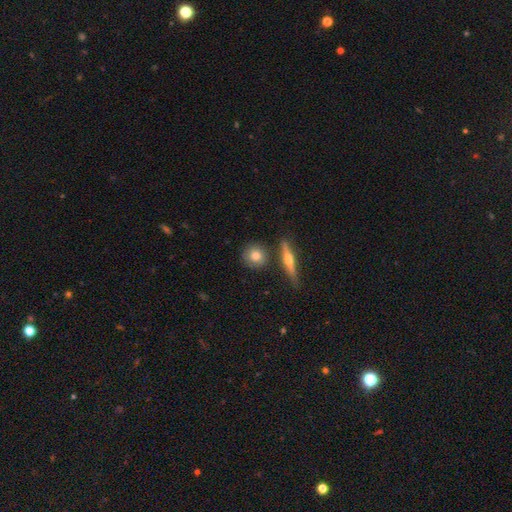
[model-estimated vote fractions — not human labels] A smooth galaxy with no disk features (75%) that is round (83%). Merging: none (80%).